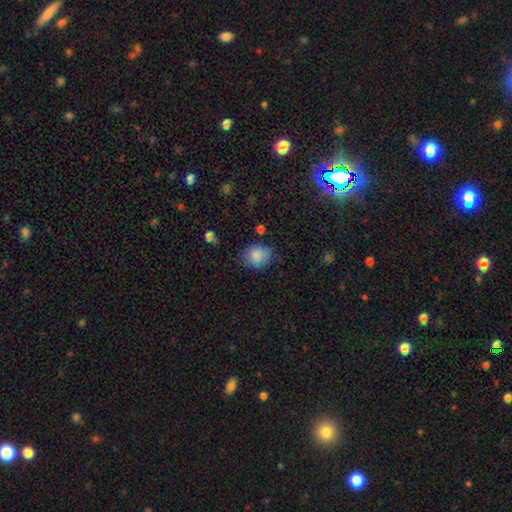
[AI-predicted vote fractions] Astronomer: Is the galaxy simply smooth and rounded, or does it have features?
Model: smooth — 85%.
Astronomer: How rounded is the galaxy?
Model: in between — 51% (runner-up: round, 48%).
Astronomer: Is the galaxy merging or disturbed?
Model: none — 70%.